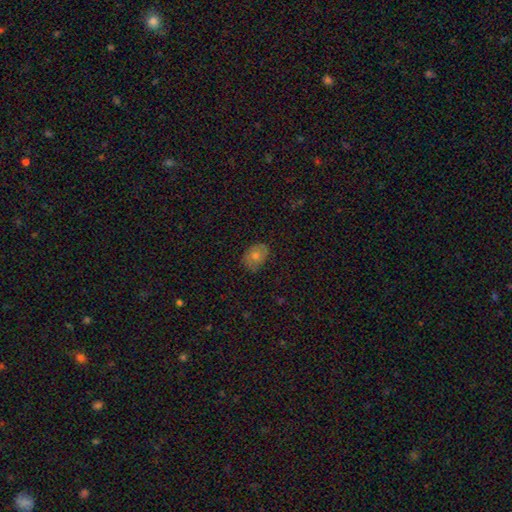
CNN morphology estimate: Smooth or featured? Predicted: smooth (p=0.60). How rounded? Predicted: in between (p=0.59). Merging? Predicted: none (p=0.77).